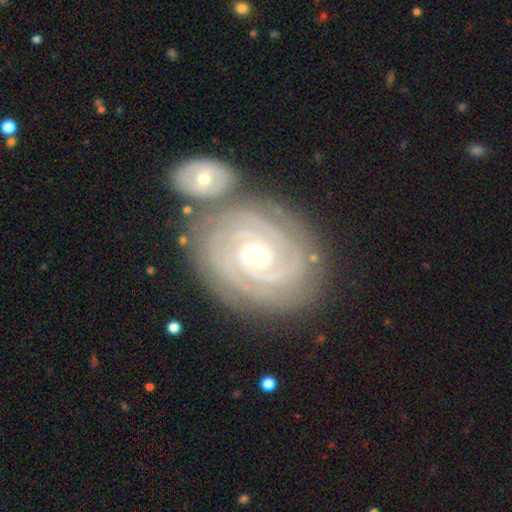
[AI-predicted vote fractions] smooth-or-featured: featured or disk: 90% | smooth: 5% | star or artifact: 5%
  disk-edge-on: no: 97% | yes: 3%
    bar: no: 63% | weak: 26% | strong: 11%
    has-spiral-arms: yes: 98% | no: 2%
      spiral-winding: tight: 88% | medium: 11% | loose: 2%
      spiral-arm-count: 2: 45% | 3: 20% | can't tell: 16% | 4: 8% | more than 4: 6% | 1: 5%
    bulge-size: moderate: 51% | small: 45% | large: 2% | none: 1% | dominant: 1%
  merging: none: 68% | merger: 16% | minor disturbance: 12% | major disturbance: 4%